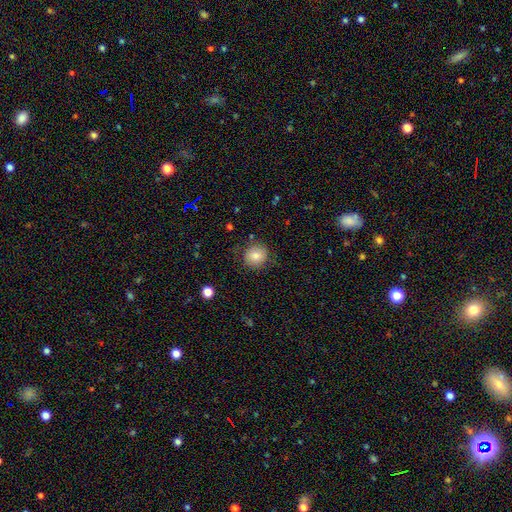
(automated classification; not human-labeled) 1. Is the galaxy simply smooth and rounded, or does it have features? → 82% smooth, 9% star or artifact, 9% featured or disk.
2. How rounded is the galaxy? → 86% round, 13% in between, 1% cigar-shaped.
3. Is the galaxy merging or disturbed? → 82% none, 12% minor disturbance, 4% major disturbance, 1% merger.